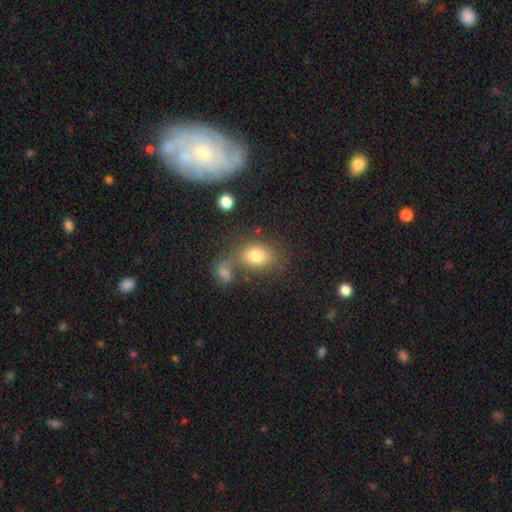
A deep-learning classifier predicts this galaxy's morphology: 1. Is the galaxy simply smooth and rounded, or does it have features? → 78% smooth, 12% featured or disk, 10% star or artifact.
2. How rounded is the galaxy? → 69% in between, 30% round, 1% cigar-shaped.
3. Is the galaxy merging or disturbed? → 49% none, 27% merger, 14% minor disturbance, 10% major disturbance.